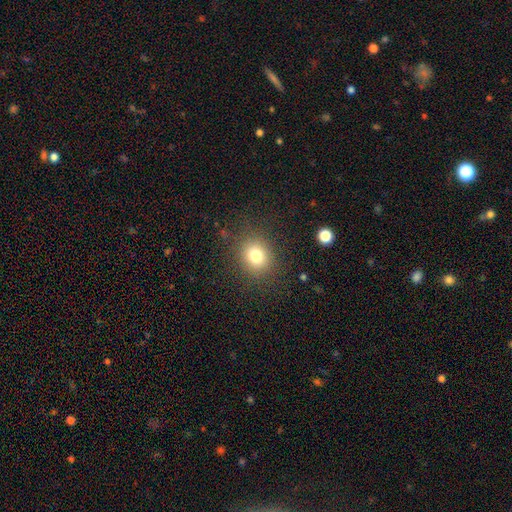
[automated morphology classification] type=smooth (78%); roundness=round (79%); merging=none (86%).